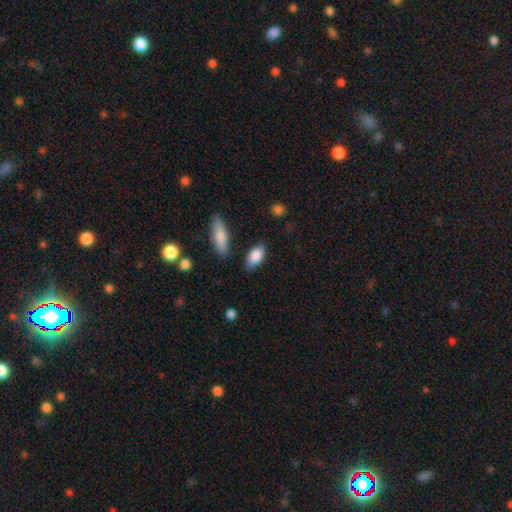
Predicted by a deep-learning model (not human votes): Overall: smooth (83%). How rounded: in between (89%). Merging: none (80%).